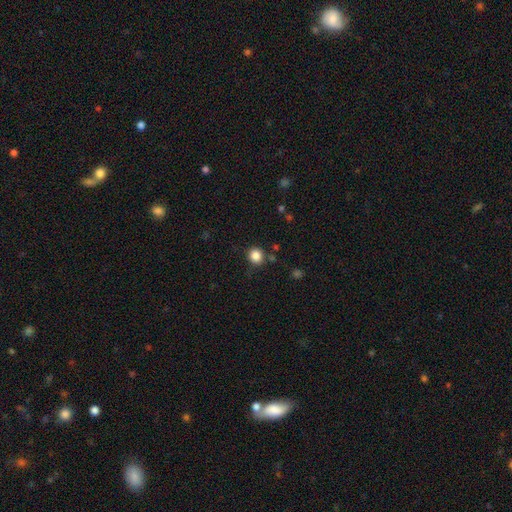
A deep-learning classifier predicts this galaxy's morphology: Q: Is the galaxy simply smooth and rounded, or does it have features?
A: smooth — 85%.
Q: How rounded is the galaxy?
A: round — 87%.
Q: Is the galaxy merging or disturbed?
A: none — 82%.